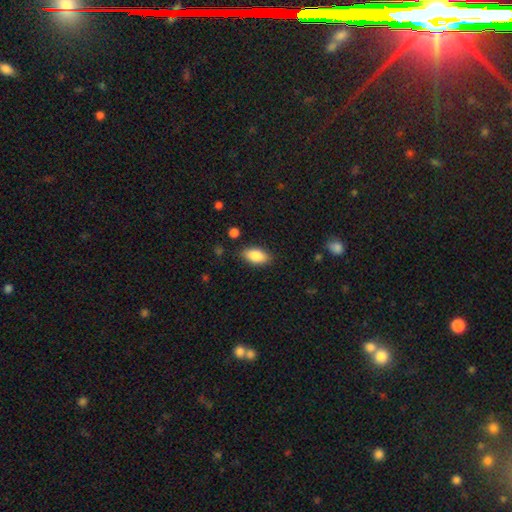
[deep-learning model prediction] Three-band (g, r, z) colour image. It shows a smooth galaxy with no disk features (86%) that is in between round and cigar-shaped (91%). Merging: none (85%).